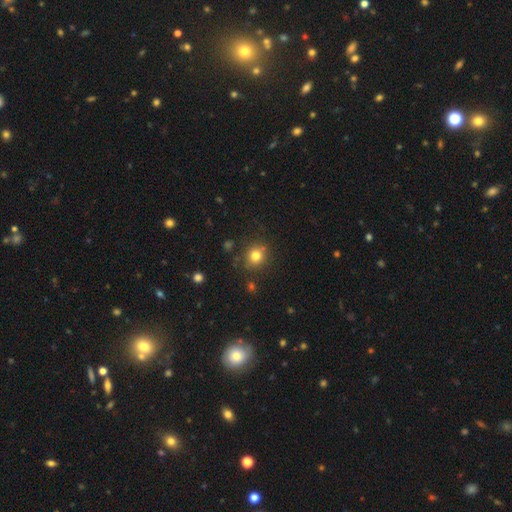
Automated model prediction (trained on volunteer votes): Smooth or featured? Predicted: smooth (p=0.79). How rounded? Predicted: round (p=0.86). Merging? Predicted: none (p=0.83).